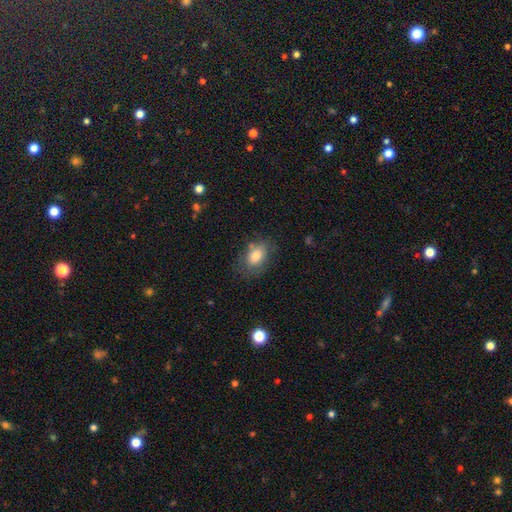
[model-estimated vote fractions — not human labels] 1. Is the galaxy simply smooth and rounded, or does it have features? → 79% smooth, 12% featured or disk, 9% star or artifact.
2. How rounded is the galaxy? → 85% in between, 14% round, 2% cigar-shaped.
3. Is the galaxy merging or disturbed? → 69% none, 21% minor disturbance, 7% major disturbance, 3% merger.